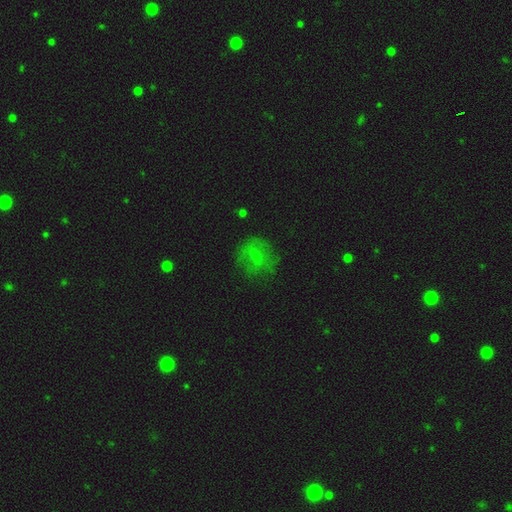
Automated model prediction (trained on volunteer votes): A smooth galaxy with no disk features (52%) that is round (75%). Merging: none (64%).